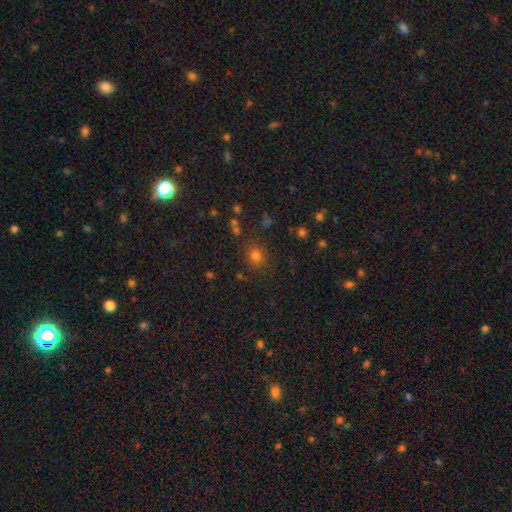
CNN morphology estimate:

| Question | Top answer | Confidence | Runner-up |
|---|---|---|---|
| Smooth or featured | smooth | 74% | star or artifact (19%) |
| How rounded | round | 82% | in between (17%) |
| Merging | none | 83% | minor disturbance (10%) |